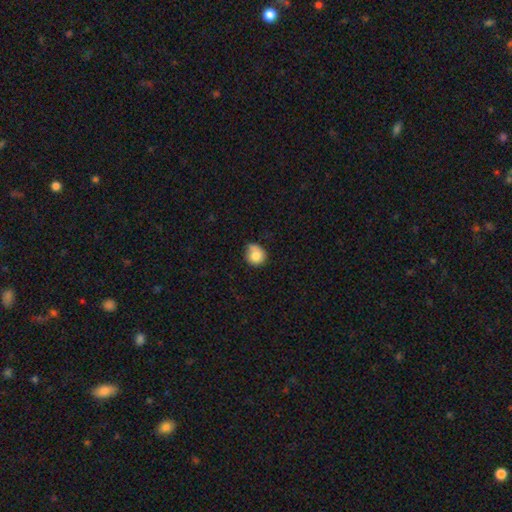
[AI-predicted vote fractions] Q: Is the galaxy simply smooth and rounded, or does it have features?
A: smooth — 79%.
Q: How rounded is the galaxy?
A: round — 79%.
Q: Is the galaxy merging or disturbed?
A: none — 47%.